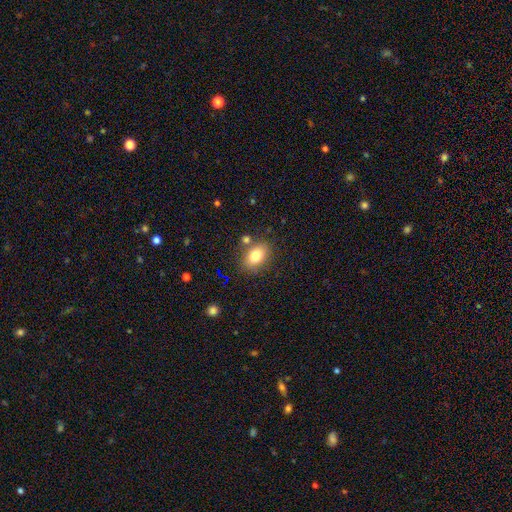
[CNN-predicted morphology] smooth_or_featured: smooth (p=0.79) [alt: featured or disk p=0.10]
how_rounded: in between (p=0.76) [alt: round p=0.23]
merging: none (p=0.77) [alt: minor disturbance p=0.12]